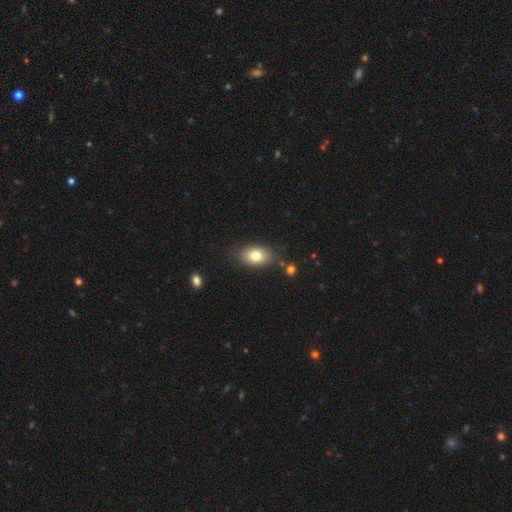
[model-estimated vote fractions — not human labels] Smooth or featured? Predicted: smooth (p=0.79). How rounded? Predicted: in between (p=0.86). Merging? Predicted: none (p=0.80).